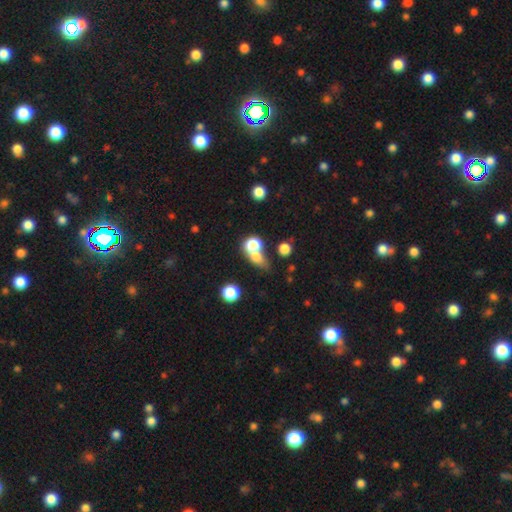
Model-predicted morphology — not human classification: This appears to be a smooth galaxy with no disk features (70%) that is round (59%). Merging: merger (52%).